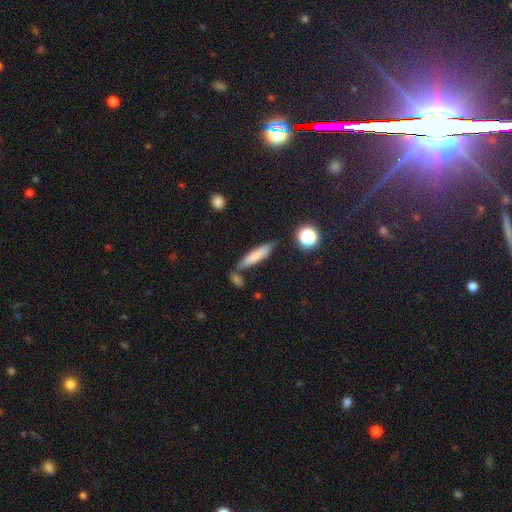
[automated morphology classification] Q: Smooth or featured?
A: smooth (75%); runner-up: featured or disk (16%)
Q: How rounded?
A: cigar-shaped (78%); runner-up: in between (20%)
Q: Merging?
A: none (68%); runner-up: minor disturbance (15%)